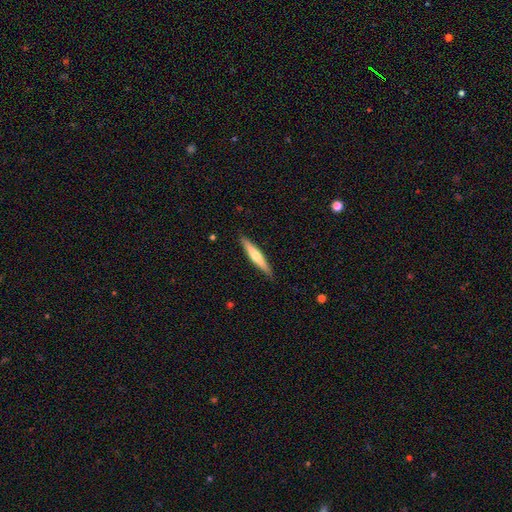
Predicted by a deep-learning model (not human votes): This appears to be a smooth galaxy with no disk features (48%). Merging: none (90%).